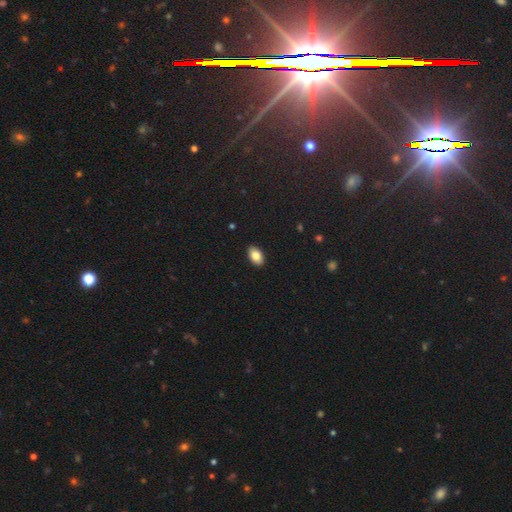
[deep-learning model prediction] The model was most divided on "smooth or featured": smooth: 83%, featured or disk: 9%, star or artifact: 7%. More confident: how rounded — in between (92%); merging — none (90%).